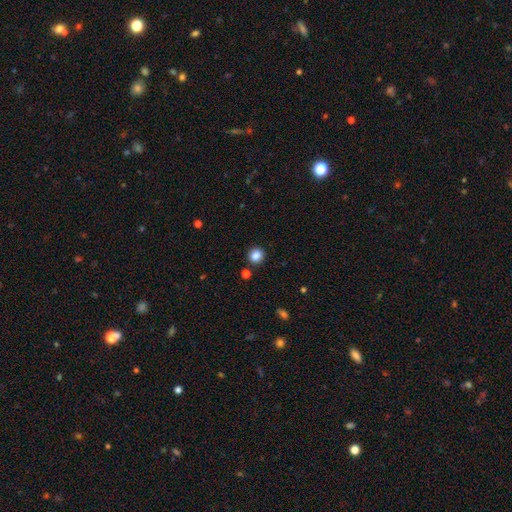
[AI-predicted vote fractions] Smooth or featured?
  - smooth: 84% *
  - star or artifact: 11%
  - featured or disk: 4%
How rounded?
  - round: 88% *
  - in between: 11%
  - cigar-shaped: 1%
Merging?
  - none: 89% *
  - minor disturbance: 6%
  - merger: 3%
  - major disturbance: 2%